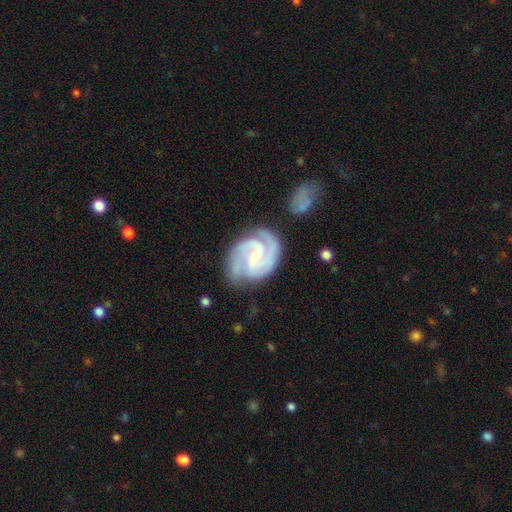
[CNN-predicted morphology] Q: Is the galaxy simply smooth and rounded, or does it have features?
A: featured or disk — 91%.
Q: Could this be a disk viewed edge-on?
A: no — 98%.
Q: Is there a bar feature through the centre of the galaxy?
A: weak — 46%.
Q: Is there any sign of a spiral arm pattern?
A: yes — 98%.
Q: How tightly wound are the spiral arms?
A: tight — 54%.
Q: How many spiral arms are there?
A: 2 — 46%.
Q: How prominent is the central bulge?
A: small — 63%.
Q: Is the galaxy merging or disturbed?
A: none — 69%.